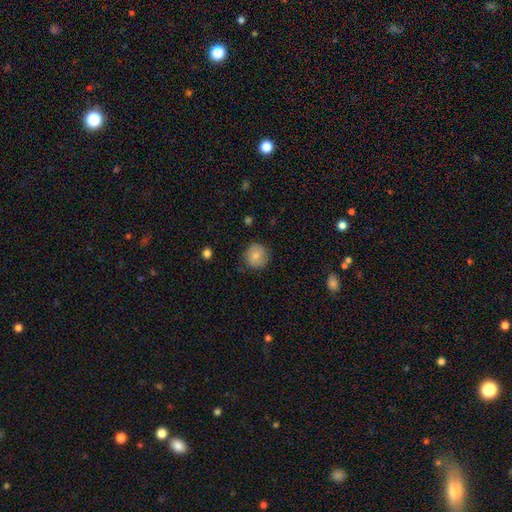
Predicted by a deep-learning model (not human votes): Smooth or featured: smooth — 82% (featured or disk — 10%)
How rounded: round — 92% (in between — 7%)
Merging: none — 83% (minor disturbance — 13%)